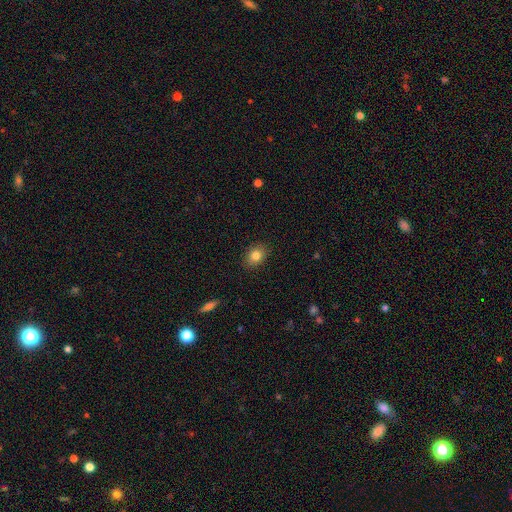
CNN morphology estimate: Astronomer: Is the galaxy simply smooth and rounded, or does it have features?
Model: smooth — 82%.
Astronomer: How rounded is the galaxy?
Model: in between — 61% (runner-up: round, 38%).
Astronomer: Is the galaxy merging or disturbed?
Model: none — 88%.